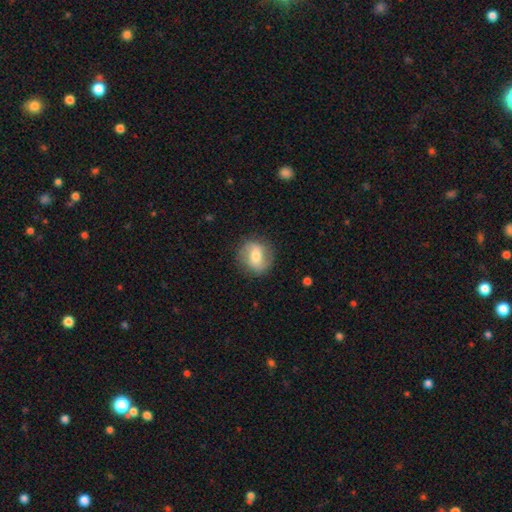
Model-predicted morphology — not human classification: type=smooth (48%); merging=none (83%).